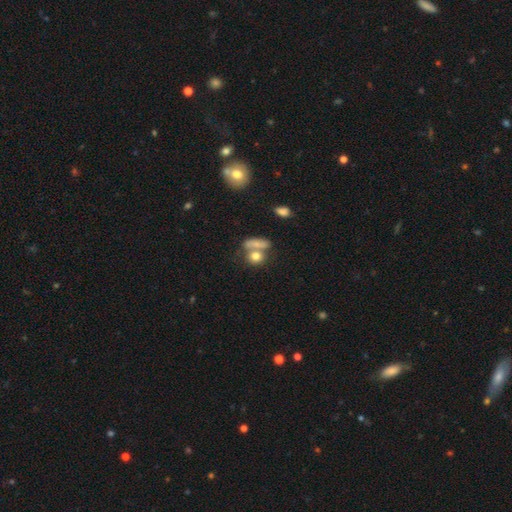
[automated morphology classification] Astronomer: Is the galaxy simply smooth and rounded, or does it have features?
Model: smooth — 77%.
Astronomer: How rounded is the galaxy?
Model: round — 54% (runner-up: in between, 41%).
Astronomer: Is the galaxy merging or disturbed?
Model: merger — 43% (runner-up: none, 39%).